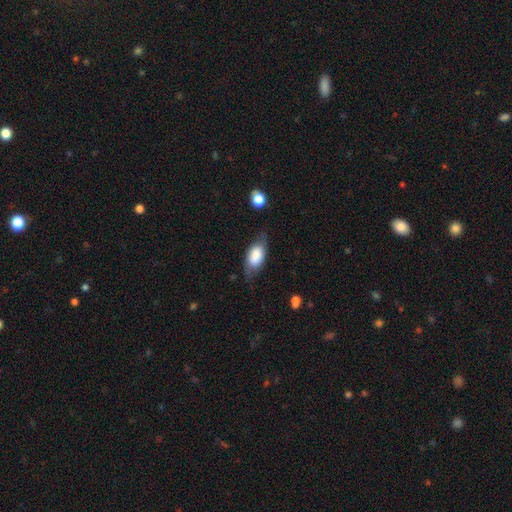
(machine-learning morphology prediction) Overall: smooth (71%). How rounded: in between (86%). Merging: none (67%).